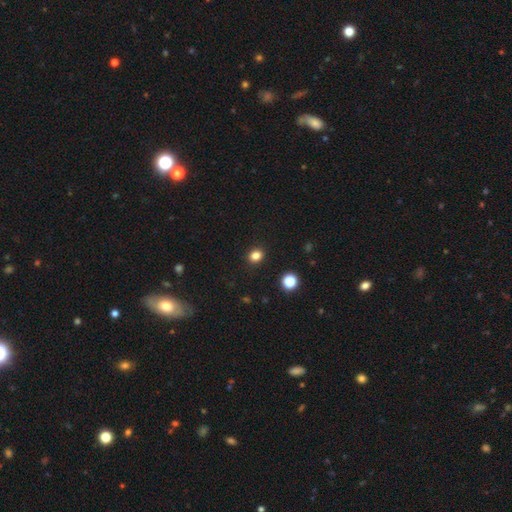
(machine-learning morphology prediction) This appears to be a smooth galaxy with no disk features (83%) that is round (67%). Merging: none (91%).